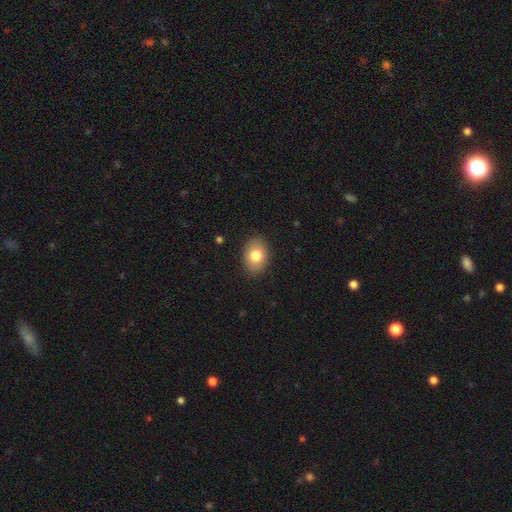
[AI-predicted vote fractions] smooth-or-featured: smooth: 80% | featured or disk: 12% | star or artifact: 8%
  how-rounded: in between: 76% | round: 23% | cigar-shaped: 1%
  merging: none: 88% | minor disturbance: 9% | major disturbance: 2% | merger: 1%